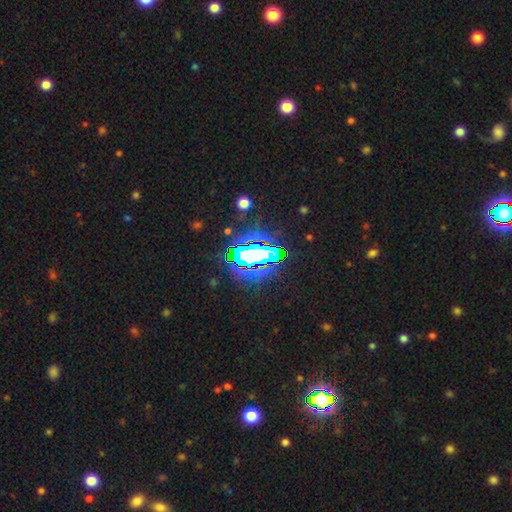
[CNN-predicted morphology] This is likely a star or artifact rather than a galaxy (67%).